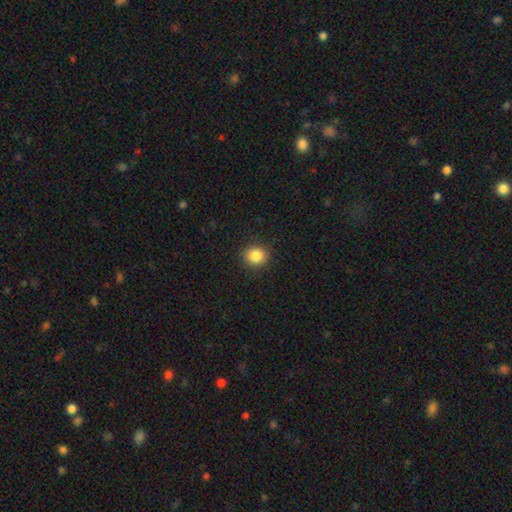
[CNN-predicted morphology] A smooth galaxy with no disk features (86%) that is round (85%).

Vote fractions:
- Smooth or featured? smooth: 86% / star or artifact: 10% / featured or disk: 4%
- How rounded? round: 85% / in between: 14% / cigar-shaped: 1%
- Merging? none: 91% / minor disturbance: 6% / major disturbance: 2% / merger: 1%